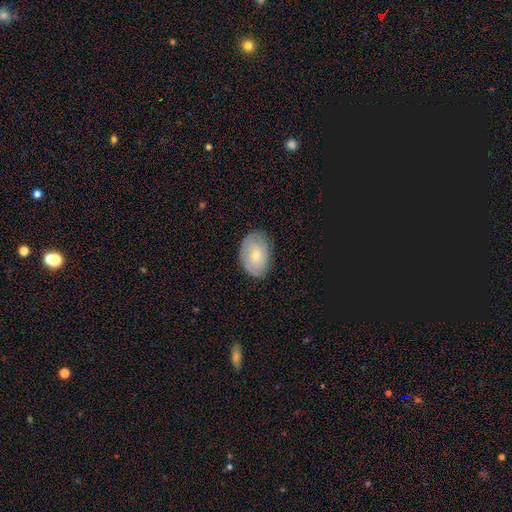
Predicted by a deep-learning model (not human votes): Q: Smooth or featured?
A: smooth (61%); runner-up: featured or disk (32%)
Q: How rounded?
A: in between (84%); runner-up: round (15%)
Q: Merging?
A: none (77%); runner-up: minor disturbance (18%)